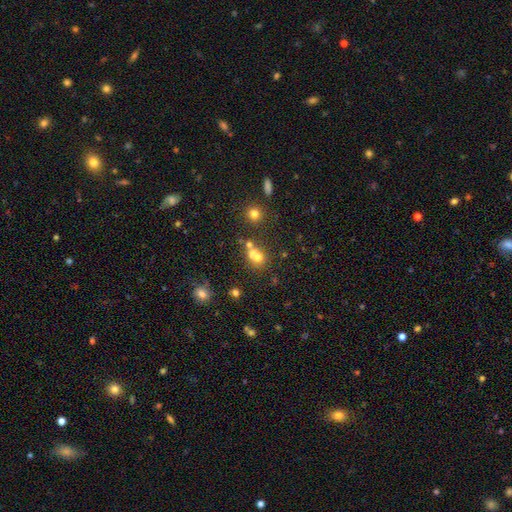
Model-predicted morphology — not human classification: This appears to be a smooth galaxy with no disk features (64%) that is round (72%). Merging: merger (49%).